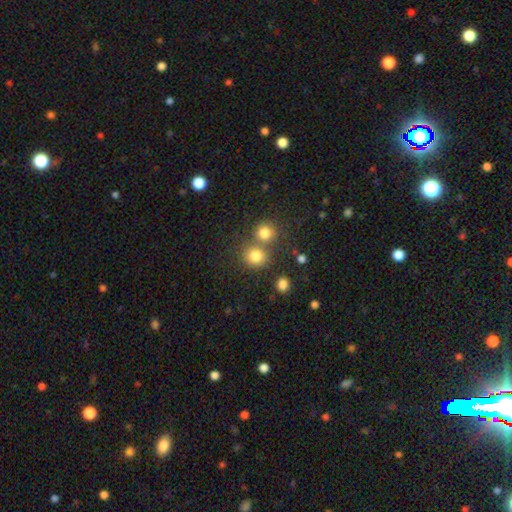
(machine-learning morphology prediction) Q: Smooth or featured?
A: smooth (80%); runner-up: star or artifact (13%)
Q: How rounded?
A: round (80%); runner-up: in between (19%)
Q: Merging?
A: none (56%); runner-up: merger (33%)